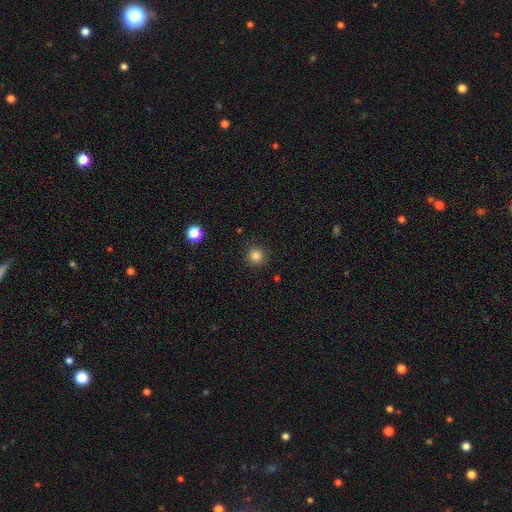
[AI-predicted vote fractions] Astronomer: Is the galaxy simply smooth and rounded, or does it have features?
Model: smooth — 84%.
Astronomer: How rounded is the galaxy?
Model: round — 95%.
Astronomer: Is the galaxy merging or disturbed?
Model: none — 91%.